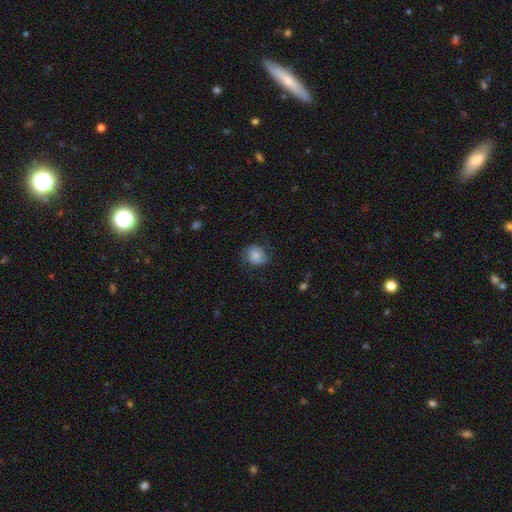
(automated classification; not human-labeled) smooth_or_featured: smooth (p=0.79) [alt: featured or disk p=0.13]
how_rounded: round (p=0.76) [alt: in between p=0.23]
merging: none (p=0.67) [alt: minor disturbance p=0.23]